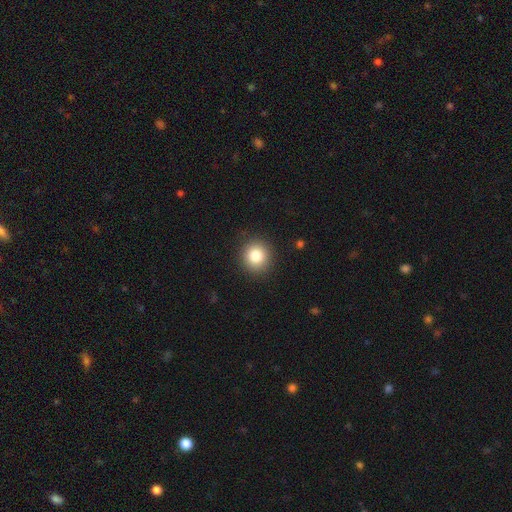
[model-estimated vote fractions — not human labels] Smooth or featured: smooth — 83% (star or artifact — 10%)
How rounded: round — 91% (in between — 8%)
Merging: none — 90% (minor disturbance — 6%)